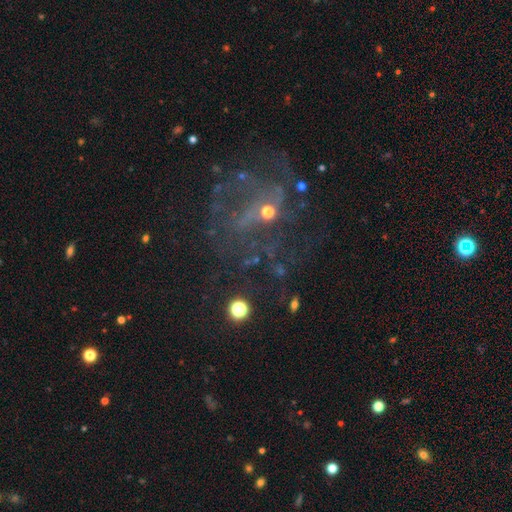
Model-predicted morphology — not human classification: A featured or disk galaxy (65%) with no bar (52%), spiral arms (62%) and a small central bulge (64%). Merging: none (58%).